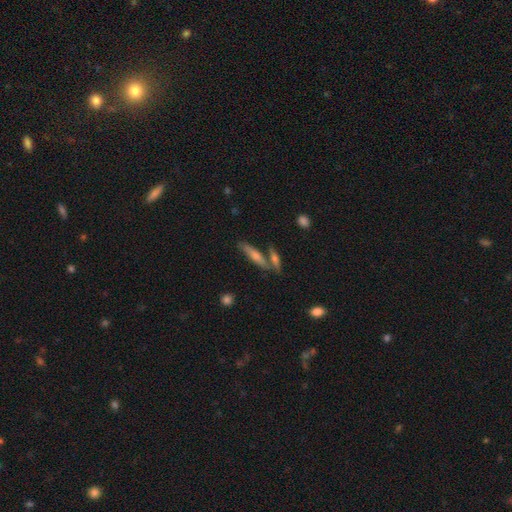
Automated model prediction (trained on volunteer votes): Smooth or featured: smooth — 45% (tied with featured or disk — 45%)
Merging: none — 64% (merger — 21%)